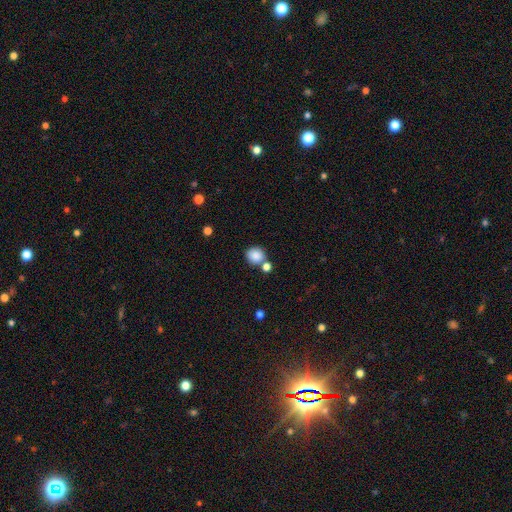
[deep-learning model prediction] This appears to be a smooth galaxy with no disk features (86%) that is round (81%). Merging: none (64%).